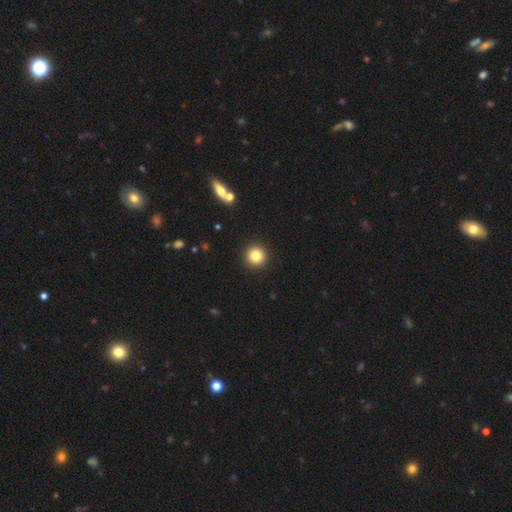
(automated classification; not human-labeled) A smooth galaxy with no disk features (83%) that is round (95%).

Vote fractions:
- Smooth or featured? smooth: 83% / star or artifact: 11% / featured or disk: 6%
- How rounded? round: 95% / in between: 4% / cigar-shaped: 1%
- Merging? none: 93% / minor disturbance: 4% / major disturbance: 2% / merger: 1%